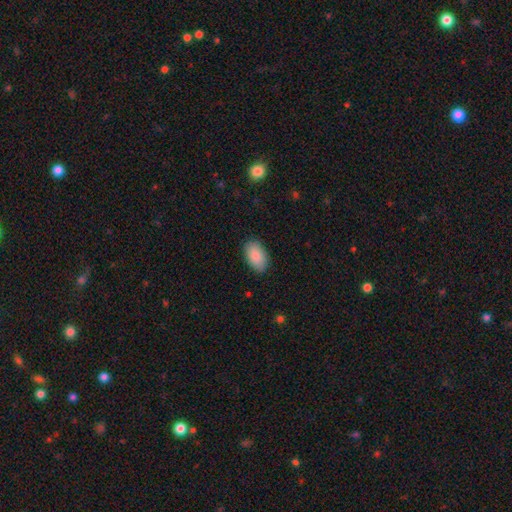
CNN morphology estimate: smooth_or_featured: smooth (p=0.88) [alt: star or artifact p=0.06]
how_rounded: in between (p=0.94) [alt: round p=0.05]
merging: none (p=0.87) [alt: minor disturbance p=0.10]